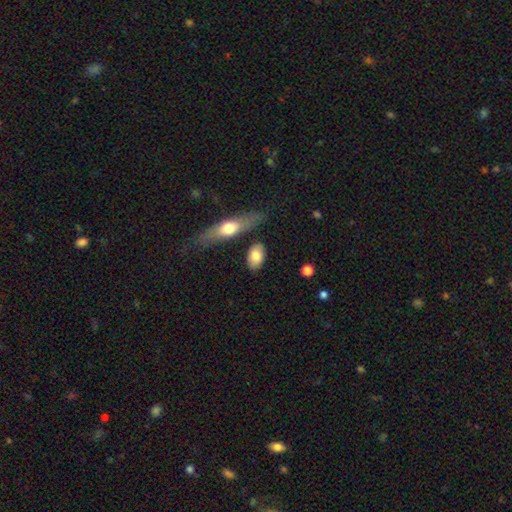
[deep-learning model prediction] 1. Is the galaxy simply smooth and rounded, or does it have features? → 79% smooth, 16% featured or disk, 5% star or artifact.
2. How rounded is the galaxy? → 87% in between, 8% round, 5% cigar-shaped.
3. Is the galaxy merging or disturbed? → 79% none, 12% minor disturbance, 6% merger, 3% major disturbance.